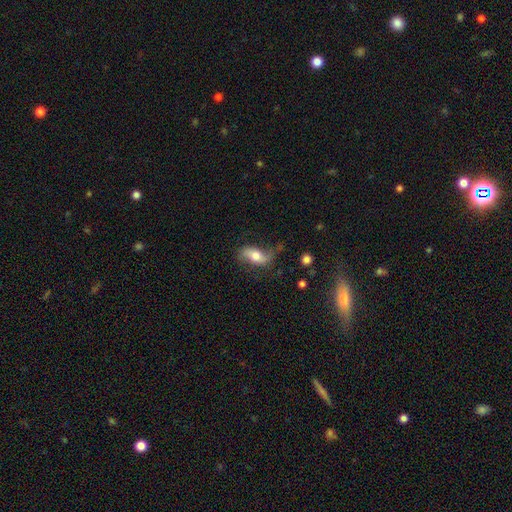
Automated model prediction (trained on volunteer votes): smooth-or-featured: smooth: 48% | featured or disk: 44% | star or artifact: 8%
  merging: none: 56% | minor disturbance: 27% | major disturbance: 14% | merger: 3%